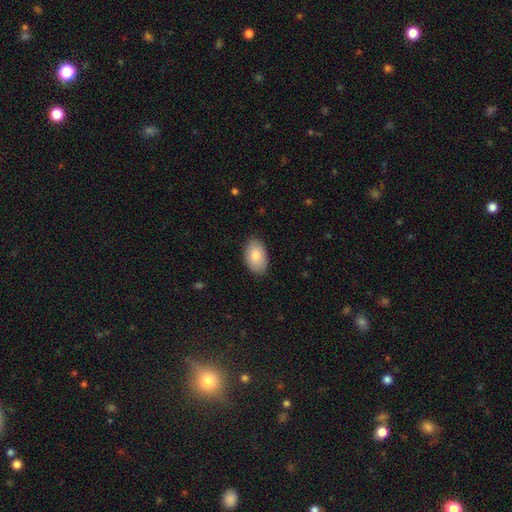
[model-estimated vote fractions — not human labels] Morphology: type=smooth (83%); roundness=in between (91%); merging=none (85%).